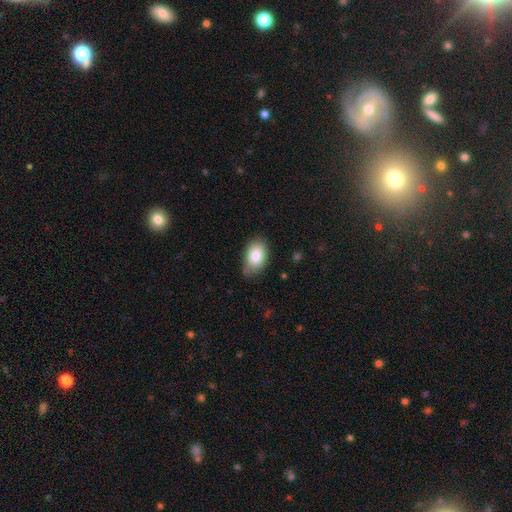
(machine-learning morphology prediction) This appears to be a smooth galaxy with no disk features (84%) that is in between round and cigar-shaped (91%). Merging: none (72%).